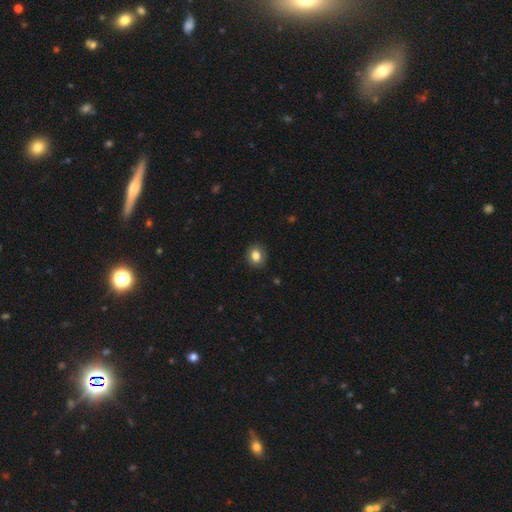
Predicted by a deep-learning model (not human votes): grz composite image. It shows a smooth galaxy with no disk features (83%) that is round (64%). Merging: none (87%).